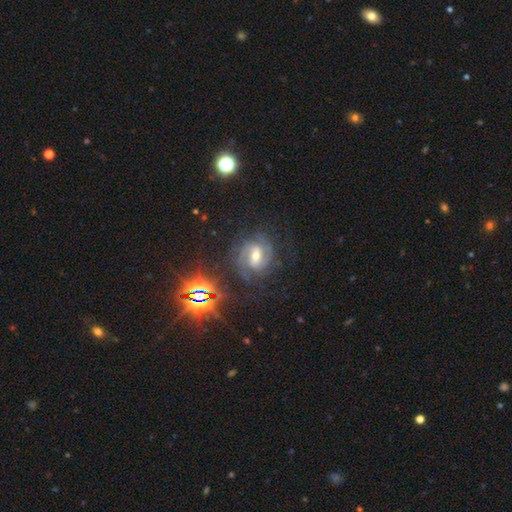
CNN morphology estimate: Smooth or featured: featured or disk — 79% (star or artifact — 14%)
Edge-on disk: no — 97% (yes — 3%)
Bar: weak — 48% (strong — 31%)
Spiral arms: yes — 97% (no — 3%)
Spiral winding: tight — 48% (medium — 42%)
Spiral arm count: 2 — 52% (3 — 18%)
Bulge size: moderate — 63% (small — 31%)
Merging: none — 73% (minor disturbance — 16%)